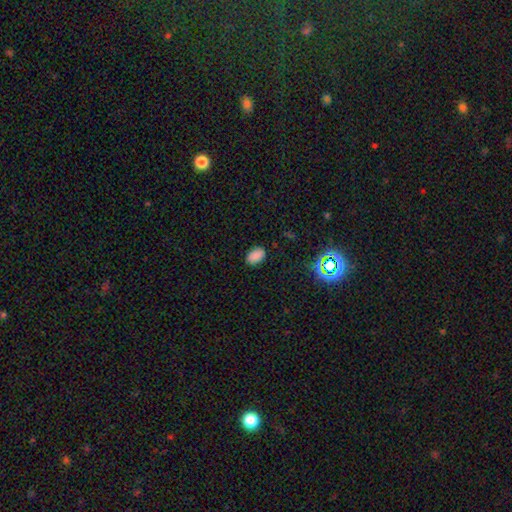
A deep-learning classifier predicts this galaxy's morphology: Q: Smooth or featured?
A: smooth (83%); runner-up: star or artifact (13%)
Q: How rounded?
A: in between (87%); runner-up: round (12%)
Q: Merging?
A: none (84%); runner-up: minor disturbance (12%)